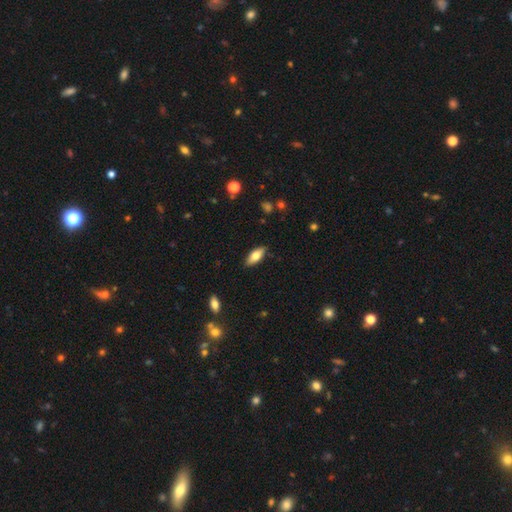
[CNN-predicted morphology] Smooth or featured: smooth — 71% (featured or disk — 23%)
How rounded: in between — 80% (cigar-shaped — 17%)
Merging: none — 87% (minor disturbance — 10%)